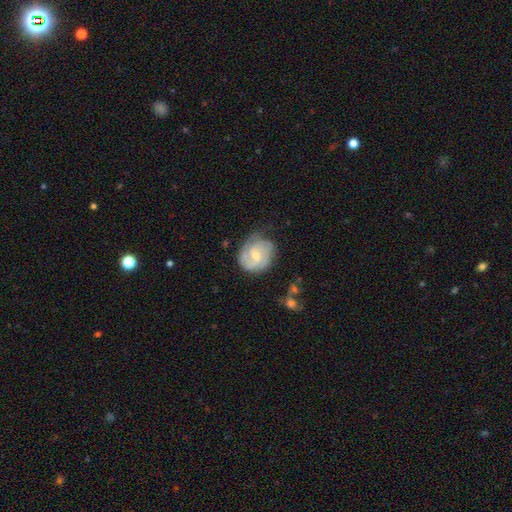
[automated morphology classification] Smooth or featured?
  - featured or disk: 74% *
  - smooth: 21%
  - star or artifact: 5%
Edge-on disk?
  - no: 98% *
  - yes: 2%
Bar?
  - weak: 53% *
  - no: 39%
  - strong: 8%
Spiral arms?
  - yes: 93% *
  - no: 7%
Spiral winding?
  - tight: 44% *
  - medium: 42%
  - loose: 14%
Spiral arm count?
  - 2: 54% *
  - can't tell: 20%
  - 3: 16%
  - 1: 5%
  - 4: 3%
  - more than 4: 2%
Bulge size?
  - small: 50% *
  - moderate: 41%
  - none: 6%
  - large: 2%
  - dominant: 1%
Merging?
  - none: 60% *
  - minor disturbance: 27%
  - major disturbance: 11%
  - merger: 2%